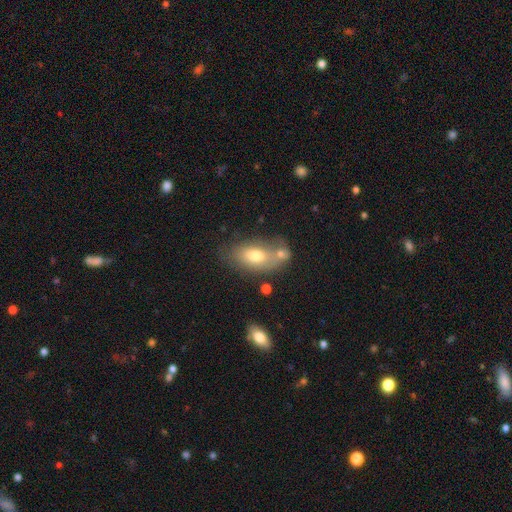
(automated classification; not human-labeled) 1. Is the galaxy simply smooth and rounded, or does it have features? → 71% smooth, 20% featured or disk, 9% star or artifact.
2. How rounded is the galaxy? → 88% in between, 7% round, 5% cigar-shaped.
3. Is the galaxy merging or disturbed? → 46% none, 31% merger, 16% minor disturbance, 6% major disturbance.